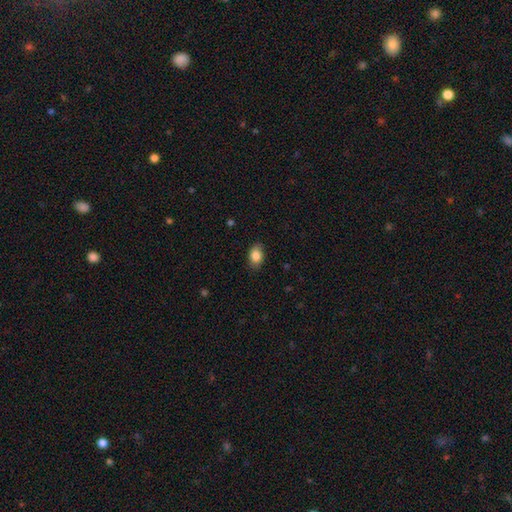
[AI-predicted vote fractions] Smooth or featured? Predicted: smooth (p=0.85). How rounded? Predicted: in between (p=0.85). Merging? Predicted: none (p=0.84).